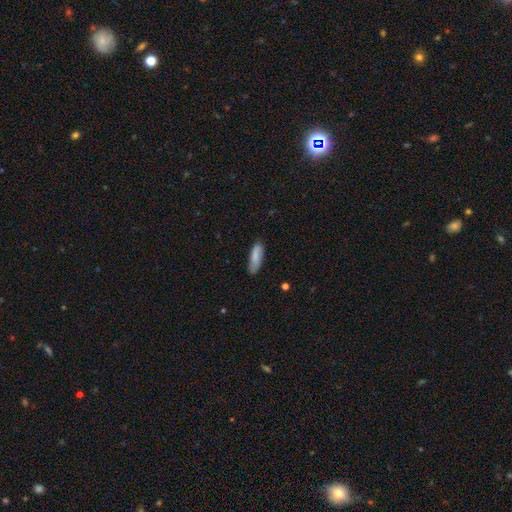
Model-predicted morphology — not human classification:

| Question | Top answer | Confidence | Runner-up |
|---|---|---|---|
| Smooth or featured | smooth | 82% | featured or disk (12%) |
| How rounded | in between | 53% | cigar-shaped (46%) |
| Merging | none | 78% | minor disturbance (18%) |